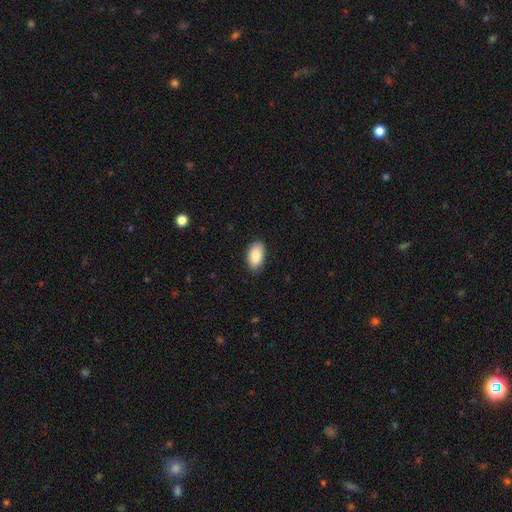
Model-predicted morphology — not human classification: Smooth or featured? smooth (86%)
How rounded? in between (94%)
Merging? none (86%)